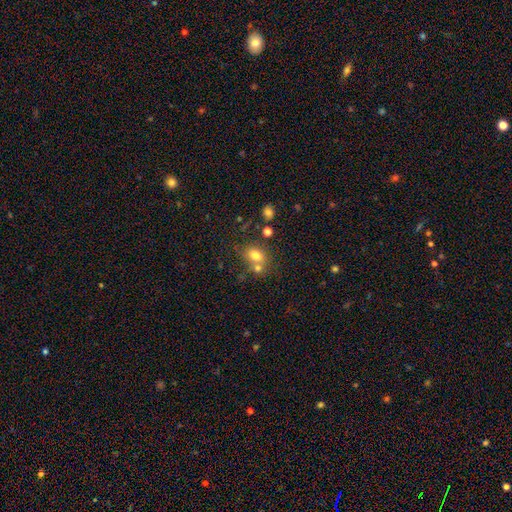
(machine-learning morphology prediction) Smooth or featured? smooth (74%)
How rounded? in between (59%)
Merging? none (50%)